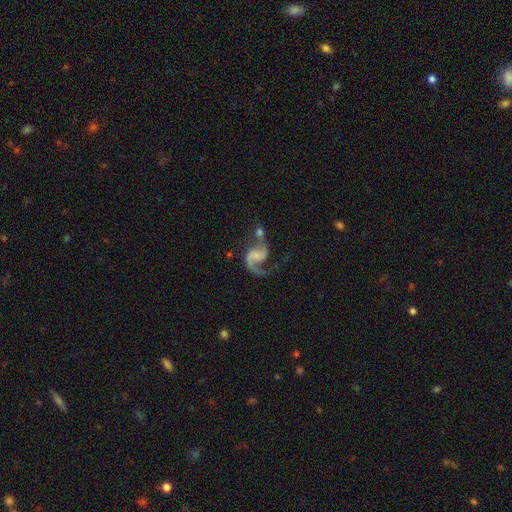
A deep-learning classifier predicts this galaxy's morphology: A featured or disk galaxy (87%) with no bar (51%), 2 (74%) loose (55%) spiral arms (96%) and no central bulge (52%).

Vote fractions:
- Smooth or featured? featured or disk: 87% / smooth: 7% / star or artifact: 6%
- Edge-on disk? no: 98% / yes: 2%
- Bar? no: 51% / weak: 37% / strong: 12%
- Spiral arms? yes: 96% / no: 4%
- Spiral winding? loose: 55% / medium: 38% / tight: 7%
- Spiral arm count? 2: 74% / 1: 22% / can't tell: 2% / 3: 1% / 4: 1% / more than 4: 1%
- Bulge size? none: 52% / small: 26% / moderate: 14% / large: 6% / dominant: 2%
- Merging? none: 40% / merger: 24% / major disturbance: 21% / minor disturbance: 16%